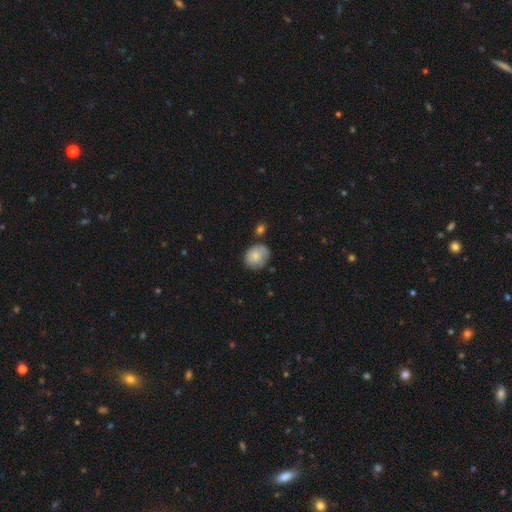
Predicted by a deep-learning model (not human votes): Q: Smooth or featured?
A: smooth (79%); runner-up: featured or disk (14%)
Q: How rounded?
A: round (59%); runner-up: in between (40%)
Q: Merging?
A: none (59%); runner-up: minor disturbance (29%)